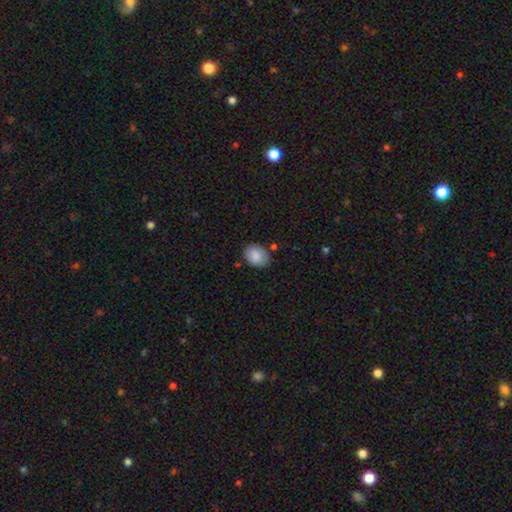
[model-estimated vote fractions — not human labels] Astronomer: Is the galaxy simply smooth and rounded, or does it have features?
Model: smooth — 86%.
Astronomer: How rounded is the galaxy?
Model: in between — 67%.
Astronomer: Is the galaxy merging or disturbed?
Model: none — 77%.